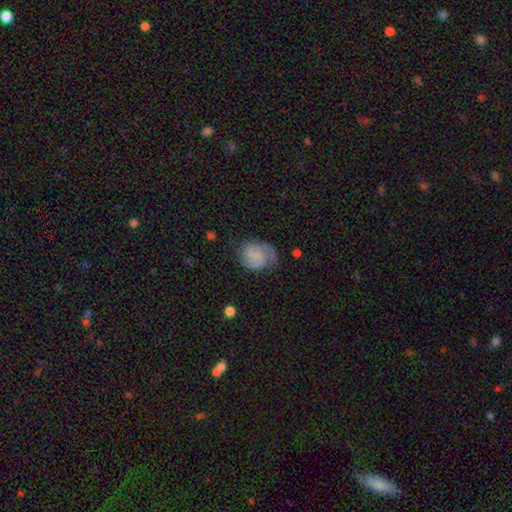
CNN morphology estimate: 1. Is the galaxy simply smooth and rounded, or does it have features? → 68% featured or disk, 24% smooth, 7% star or artifact.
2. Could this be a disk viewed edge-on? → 98% no, 2% yes.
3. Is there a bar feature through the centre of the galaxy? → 45% weak, 43% no, 12% strong.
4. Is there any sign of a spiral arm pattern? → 94% yes, 6% no.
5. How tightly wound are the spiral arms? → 48% medium, 34% tight, 18% loose.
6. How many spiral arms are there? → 83% 2, 7% can't tell, 5% 1, 2% 3, 1% 4, 1% more than 4.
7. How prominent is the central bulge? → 52% none, 32% small, 12% moderate, 3% large, 1% dominant.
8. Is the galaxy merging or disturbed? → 66% none, 22% minor disturbance, 10% major disturbance, 2% merger.